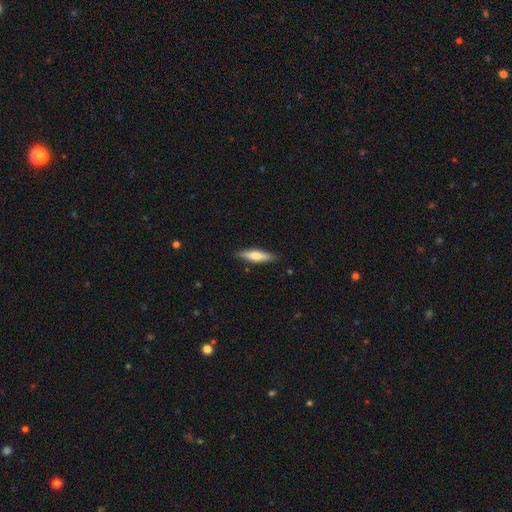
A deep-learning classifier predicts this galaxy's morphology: A smooth galaxy with no disk features (61%) that is cigar-shaped (76%). Merging: none (87%).